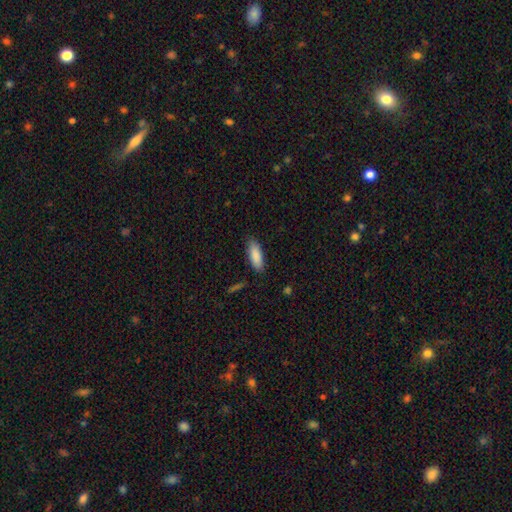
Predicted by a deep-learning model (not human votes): This is clearly a smooth galaxy (87%). How rounded: likely in between (66%). Merging: clearly none (86%).